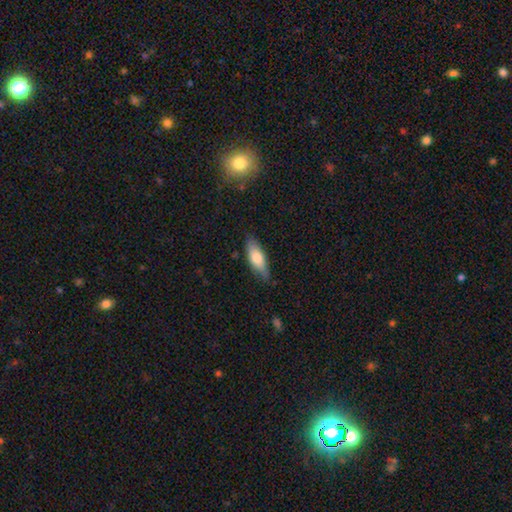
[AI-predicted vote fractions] smooth 72%, featured or disk 23%, star or artifact 6%. Down the decision tree: how rounded — in between (69%); merging — none (78%).